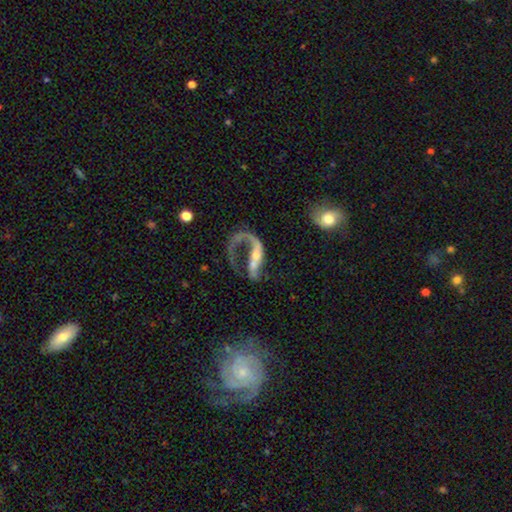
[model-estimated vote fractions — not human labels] smooth_or_featured: featured or disk (p=0.73) [alt: smooth p=0.19]
disk_edge_on: no (p=0.92) [alt: yes p=0.08]
bar: no (p=0.53) [alt: weak p=0.26]
has_spiral_arms: yes (p=0.66) [alt: no p=0.34]
bulge_size: small (p=0.45) [alt: moderate p=0.32]
merging: major disturbance (p=0.54) [alt: none p=0.22]